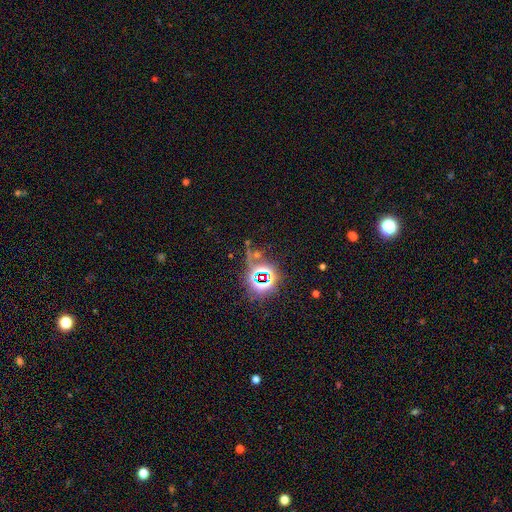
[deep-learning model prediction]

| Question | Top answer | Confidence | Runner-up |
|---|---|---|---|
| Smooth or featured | star or artifact | 78% | smooth (13%) |